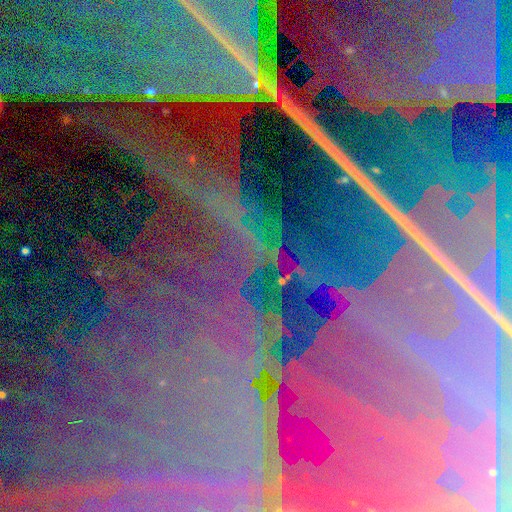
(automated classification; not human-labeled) This appears to be a star or artifact, not a galaxy (87%).